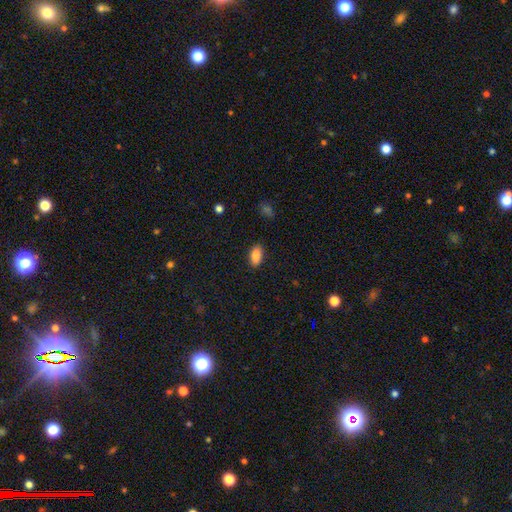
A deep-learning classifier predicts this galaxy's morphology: Smooth or featured? smooth (86%)
How rounded? in between (91%)
Merging? none (87%)